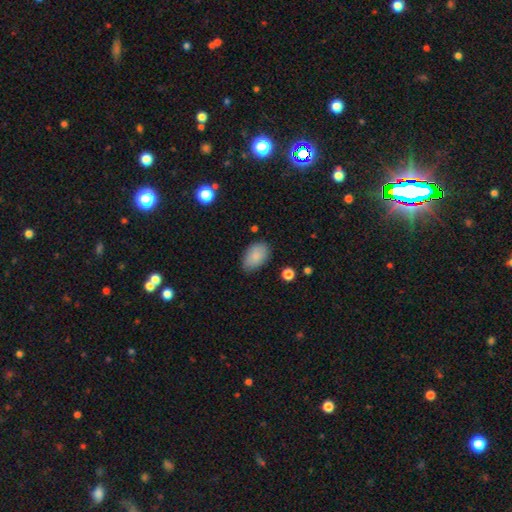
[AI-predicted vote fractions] Smooth or featured?
  - smooth: 87% *
  - star or artifact: 7%
  - featured or disk: 6%
How rounded?
  - in between: 91% *
  - round: 7%
  - cigar-shaped: 1%
Merging?
  - none: 78% *
  - minor disturbance: 17%
  - major disturbance: 4%
  - merger: 2%